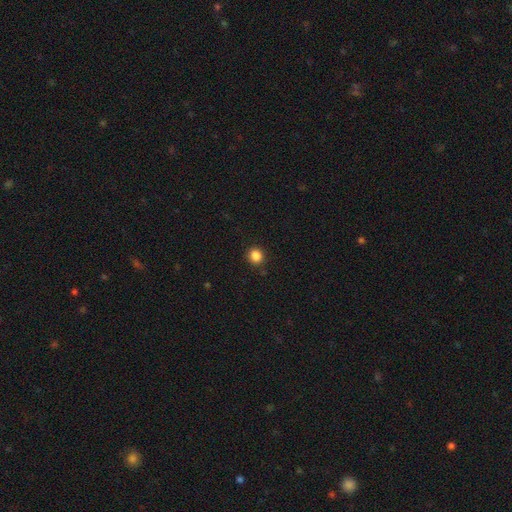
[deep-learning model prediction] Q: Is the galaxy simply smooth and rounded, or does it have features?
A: smooth — 86%.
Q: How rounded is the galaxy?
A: round — 84%.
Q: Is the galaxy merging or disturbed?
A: none — 89%.